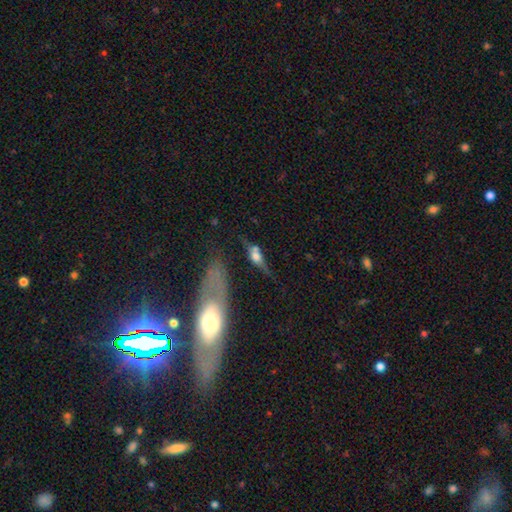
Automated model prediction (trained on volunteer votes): This is possibly a featured or disk galaxy (50%). Merging: marginally none (44%).